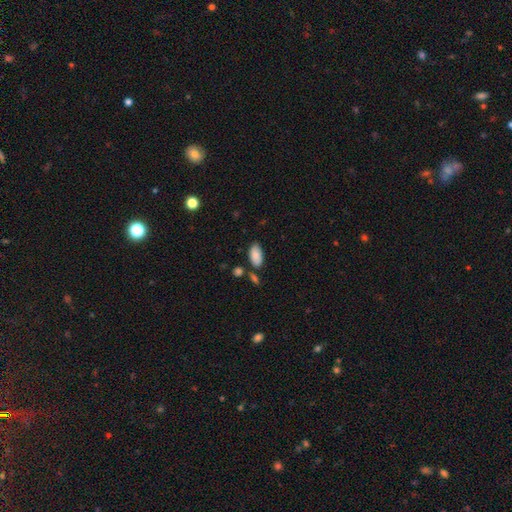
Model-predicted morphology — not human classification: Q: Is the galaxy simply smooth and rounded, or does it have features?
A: smooth — 87%.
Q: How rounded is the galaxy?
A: in between — 94%.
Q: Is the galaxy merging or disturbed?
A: none — 71%.